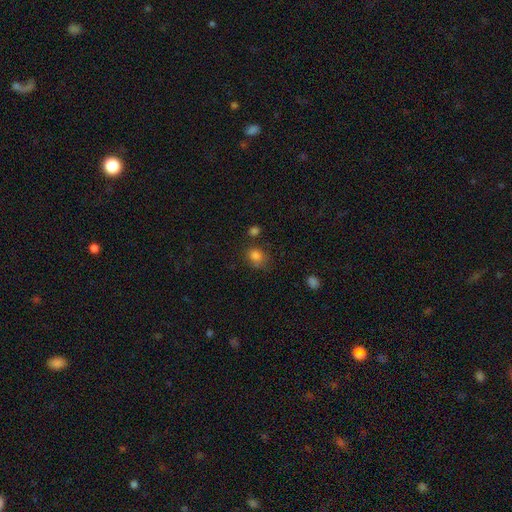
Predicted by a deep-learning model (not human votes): Q: Smooth or featured?
A: smooth (80%); runner-up: star or artifact (13%)
Q: How rounded?
A: round (54%); runner-up: in between (45%)
Q: Merging?
A: none (59%); runner-up: minor disturbance (23%)